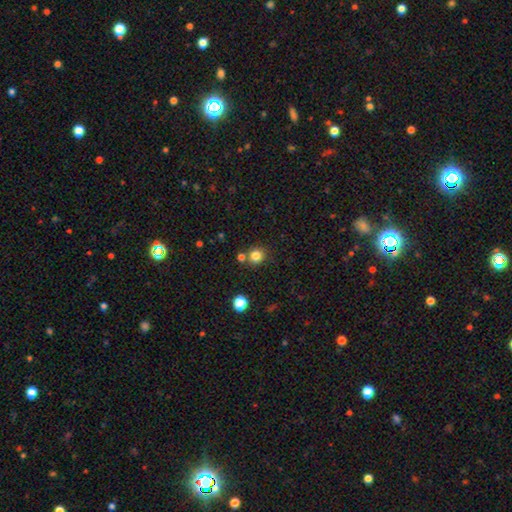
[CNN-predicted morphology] A smooth galaxy with no disk features (81%) that is round (86%). Merging: none (74%).